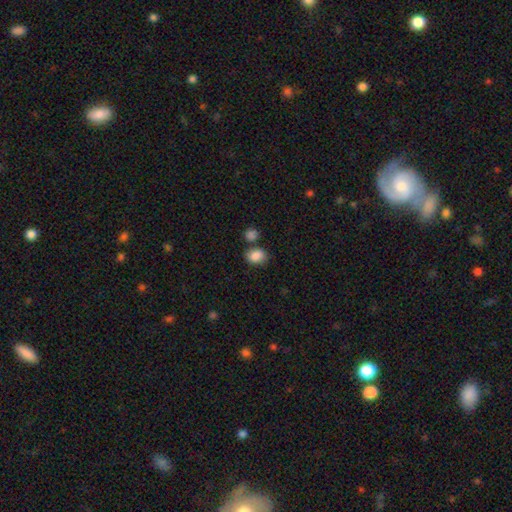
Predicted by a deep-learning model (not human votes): Smooth or featured: smooth — 86% (star or artifact — 9%)
How rounded: in between — 60% (round — 39%)
Merging: none — 65% (merger — 17%)